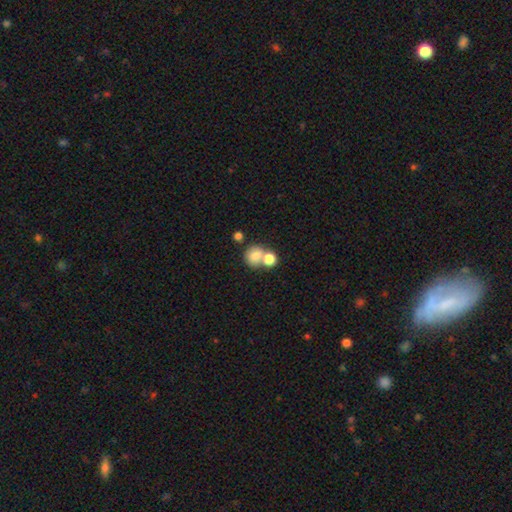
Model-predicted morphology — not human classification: Overall: smooth (77%). How rounded: round (69%; in between 30%). Merging: merger (50%; none 37%).